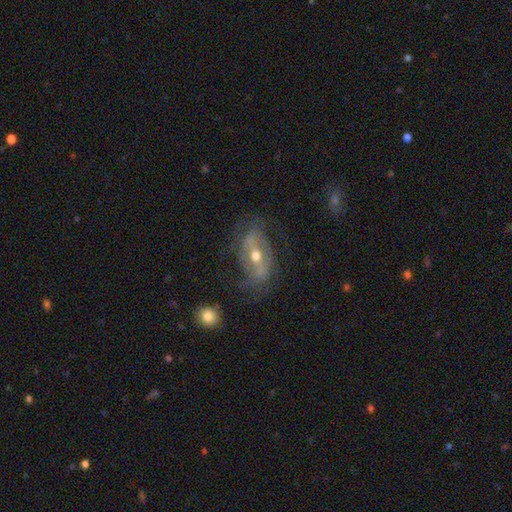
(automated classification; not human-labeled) Overall: featured or disk (78%). Edge-on disk: no (89%). Bar: strong (43%; weak 34%). Spiral arms: yes (76%). Spiral arm count: 2 (72%). Spiral winding: medium (40%; loose 33%). Bulge size: moderate (65%; small 30%). Merging: none (63%).